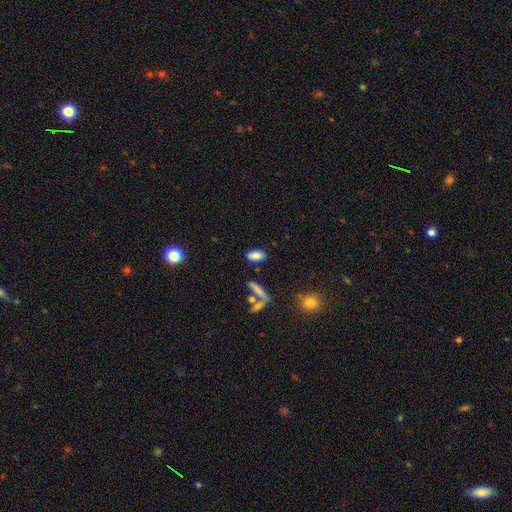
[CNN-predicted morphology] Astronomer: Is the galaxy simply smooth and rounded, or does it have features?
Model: smooth — 83%.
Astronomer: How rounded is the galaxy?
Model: in between — 88%.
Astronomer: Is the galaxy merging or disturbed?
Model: none — 81%.